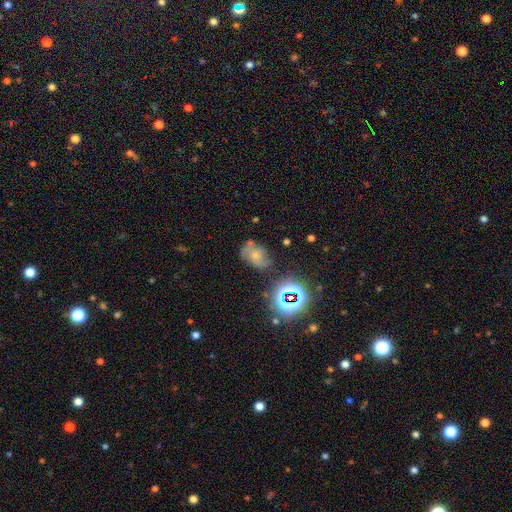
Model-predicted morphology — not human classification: Smooth or featured? Predicted: smooth (p=0.45). Merging? Predicted: none (p=0.52).